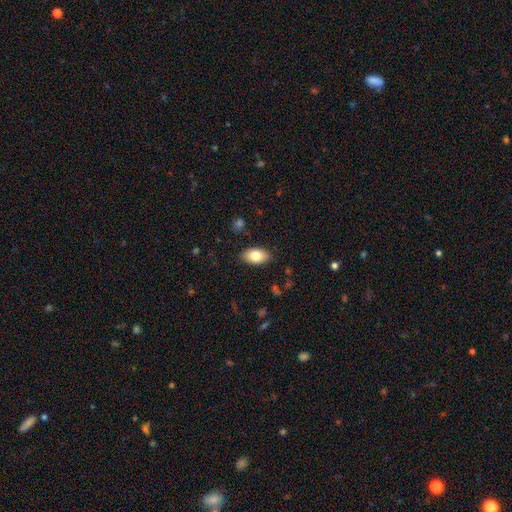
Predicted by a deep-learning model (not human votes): A smooth galaxy with no disk features (79%) that is in between round and cigar-shaped (93%). Merging: none (87%).